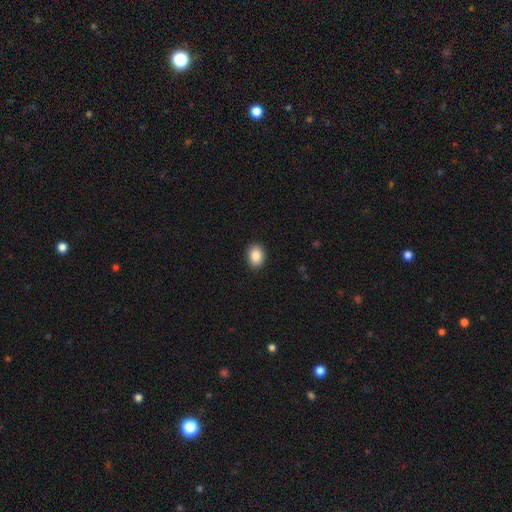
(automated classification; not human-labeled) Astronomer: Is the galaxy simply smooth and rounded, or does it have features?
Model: smooth — 88%.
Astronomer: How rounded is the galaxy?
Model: in between — 66%.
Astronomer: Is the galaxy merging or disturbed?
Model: none — 91%.